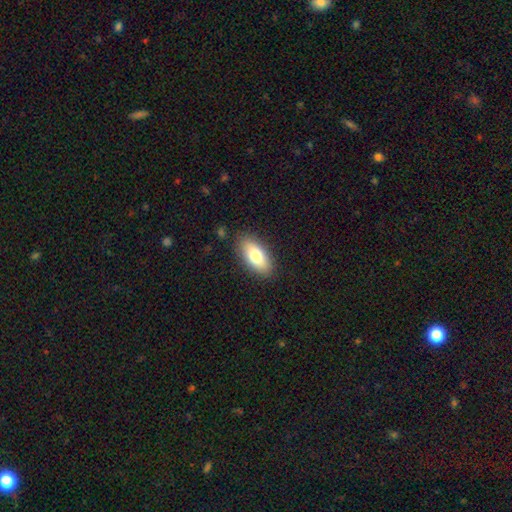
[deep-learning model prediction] This is likely a smooth galaxy (77%). How rounded: clearly in between (88%). Merging: clearly none (87%).